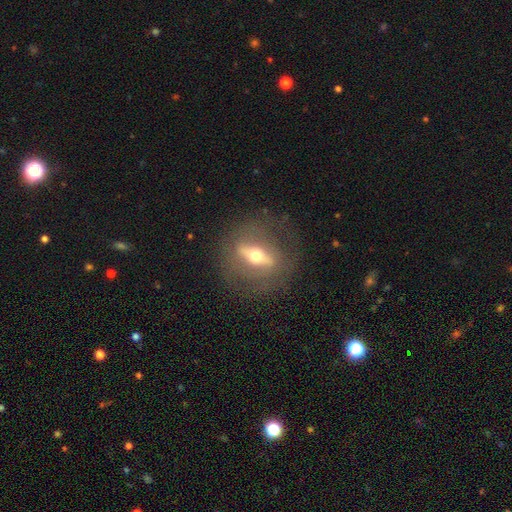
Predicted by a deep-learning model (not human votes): Morphology: type=featured or disk (72%); edge-on=no (51%); merging=none (78%).